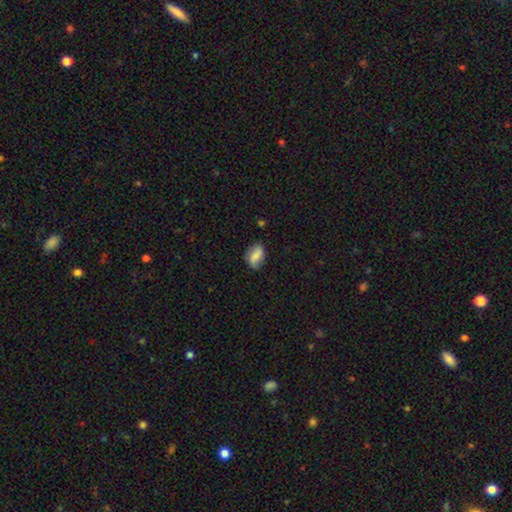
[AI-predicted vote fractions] Morphology: type=smooth (69%); roundness=in between (86%); merging=none (66%).